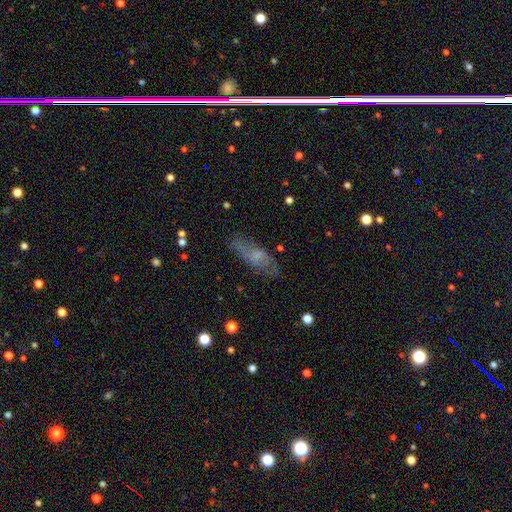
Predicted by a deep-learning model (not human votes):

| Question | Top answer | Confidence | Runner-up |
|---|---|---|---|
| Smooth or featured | smooth | 45% | tied: featured or disk (45%) |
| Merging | none | 71% | minor disturbance (19%) |